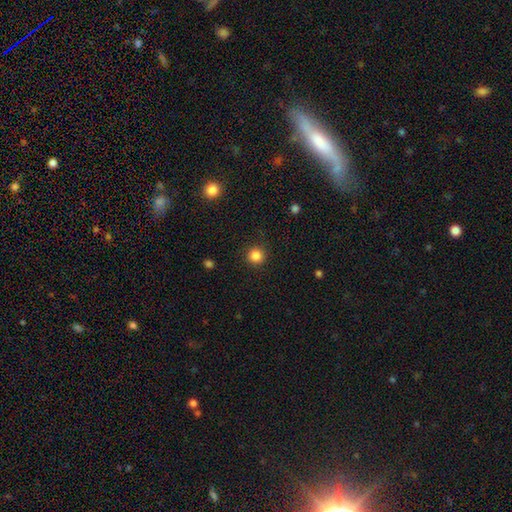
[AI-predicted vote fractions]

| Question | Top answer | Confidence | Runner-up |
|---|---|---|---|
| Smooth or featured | smooth | 85% | star or artifact (11%) |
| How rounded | round | 95% | in between (4%) |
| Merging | none | 91% | minor disturbance (6%) |